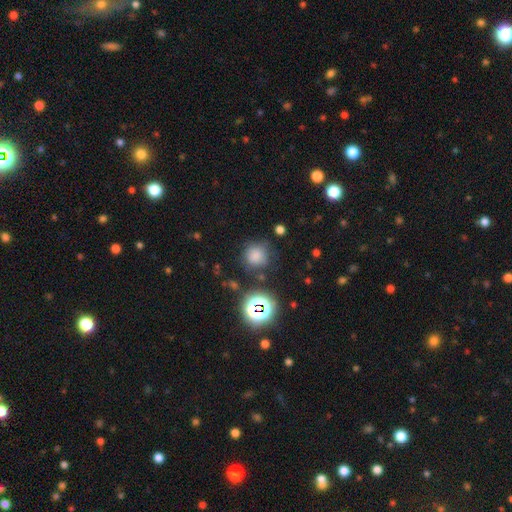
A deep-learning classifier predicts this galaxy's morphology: smooth 73%, star or artifact 20%, featured or disk 7%. Down the decision tree: how rounded — round (88%); merging — none (73%).